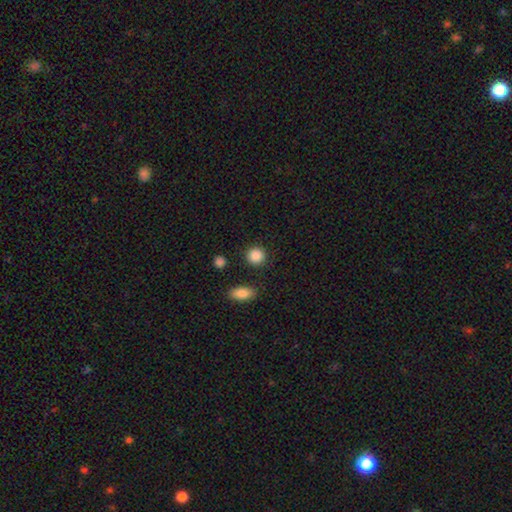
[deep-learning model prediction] The model was most divided on "how rounded": round: 87%, in between: 12%, cigar-shaped: 1%. More confident: merging — none (88%); smooth or featured — smooth (88%).